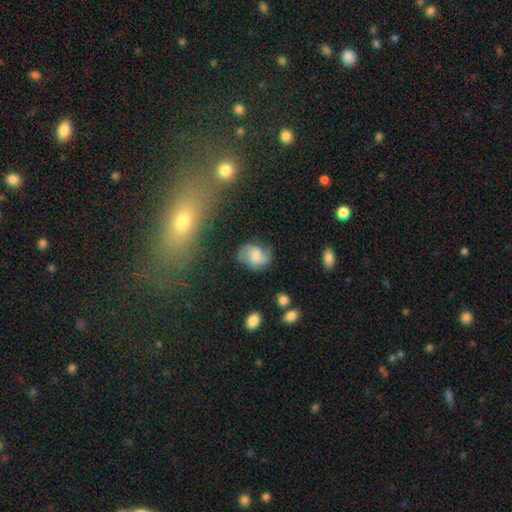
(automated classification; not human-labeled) A featured or disk galaxy (51%).

Vote fractions:
- Smooth or featured? featured or disk: 51% / smooth: 40% / star or artifact: 10%
- Edge-on disk? no: 97% / yes: 3%
- Merging? none: 62% / minor disturbance: 24% / major disturbance: 11% / merger: 3%